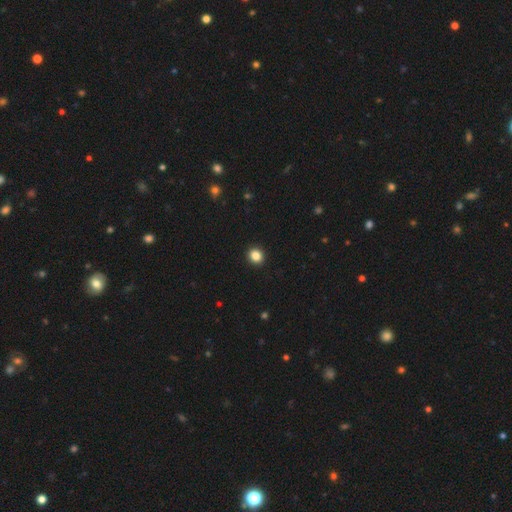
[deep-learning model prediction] Morphology: type=smooth (85%); roundness=round (77%); merging=none (93%).